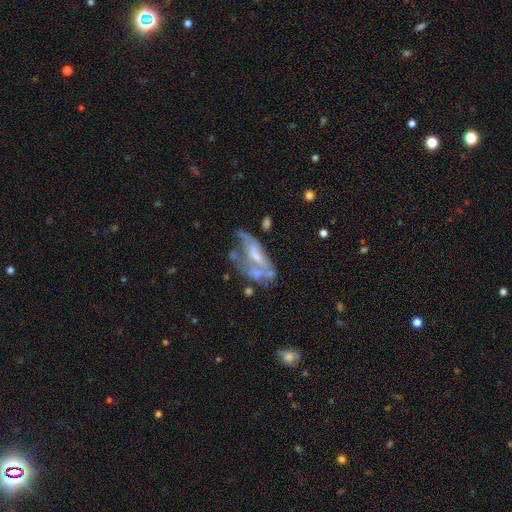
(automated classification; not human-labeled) Smooth or featured? featured or disk (66%)
Edge-on disk? no (90%)
Bar? no (61%)
Spiral arms? no (64%)
Bulge size? small (40%)
Merging? none (30%)